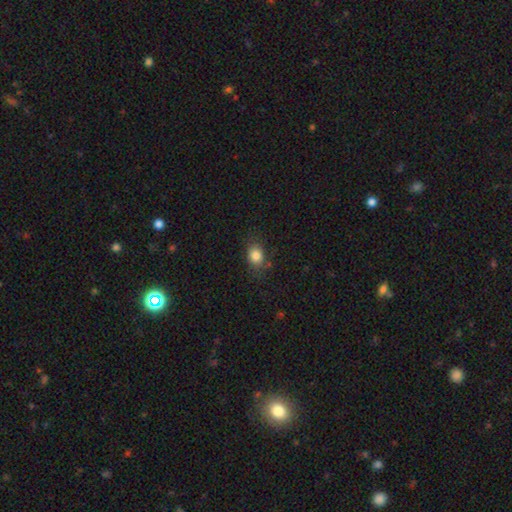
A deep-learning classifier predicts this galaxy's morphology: This appears to be a smooth galaxy with no disk features (83%) that is in between round and cigar-shaped (56%). Merging: none (71%).